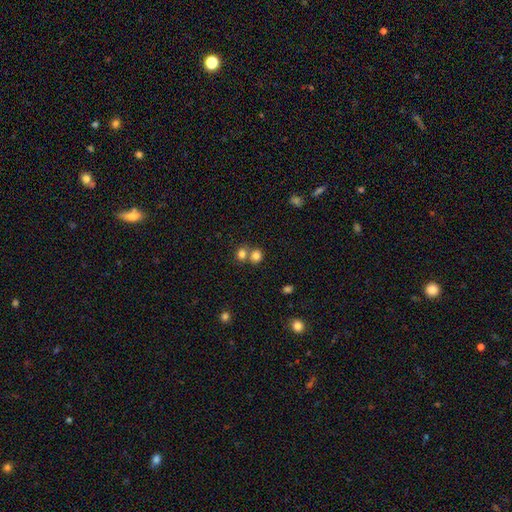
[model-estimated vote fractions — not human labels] A smooth galaxy with no disk features (80%) that is round (78%).

Vote fractions:
- Smooth or featured? smooth: 80% / star or artifact: 13% / featured or disk: 7%
- How rounded? round: 78% / in between: 21% / cigar-shaped: 1%
- Merging? none: 48% / merger: 42% / minor disturbance: 7% / major disturbance: 3%